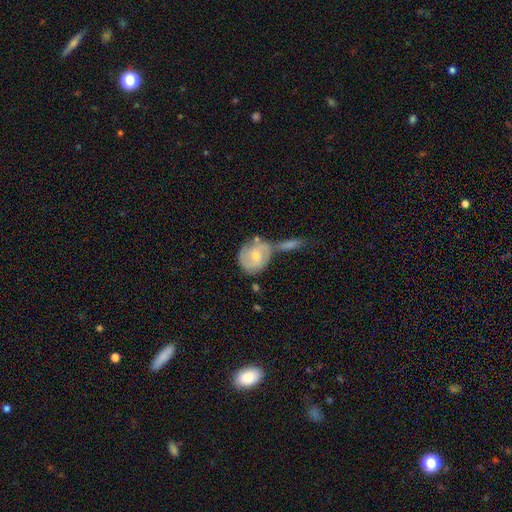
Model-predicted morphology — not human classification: A featured or disk galaxy (52%) with no bar (63%), spiral arms (76%) and a small central bulge (48%).

Vote fractions:
- Smooth or featured? featured or disk: 52% / smooth: 42% / star or artifact: 6%
- Edge-on disk? no: 96% / yes: 4%
- Bar? no: 63% / weak: 31% / strong: 6%
- Spiral arms? yes: 76% / no: 24%
- Bulge size? small: 48% / moderate: 46% / none: 2% / large: 2% / dominant: 1%
- Merging? none: 40% / merger: 34% / minor disturbance: 18% / major disturbance: 9%